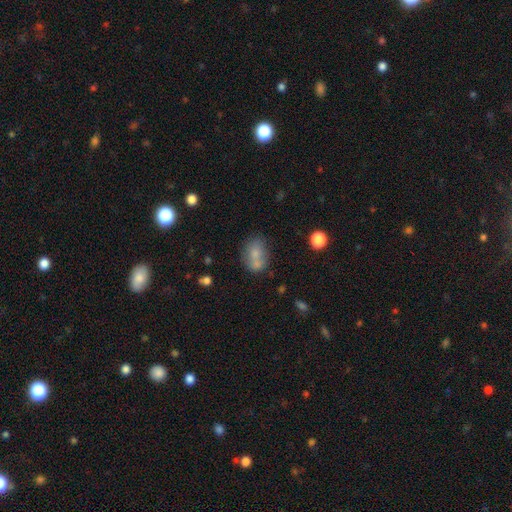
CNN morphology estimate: A smooth galaxy with no disk features (70%) that is in between round and cigar-shaped (69%). Merging: none (44%).